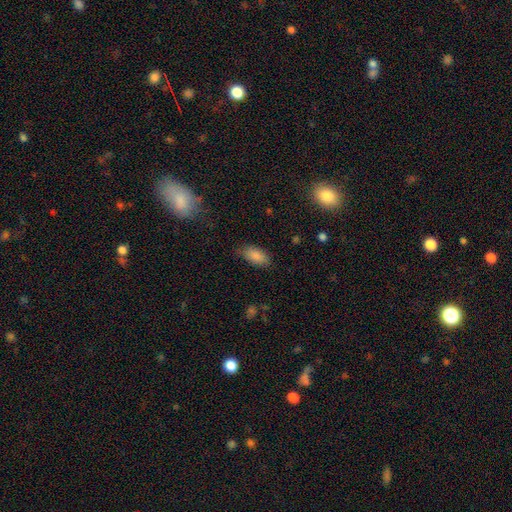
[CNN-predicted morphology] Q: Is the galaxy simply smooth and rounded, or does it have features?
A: smooth — 86%.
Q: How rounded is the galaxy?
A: in between — 91%.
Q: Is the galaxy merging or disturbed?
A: none — 76%.